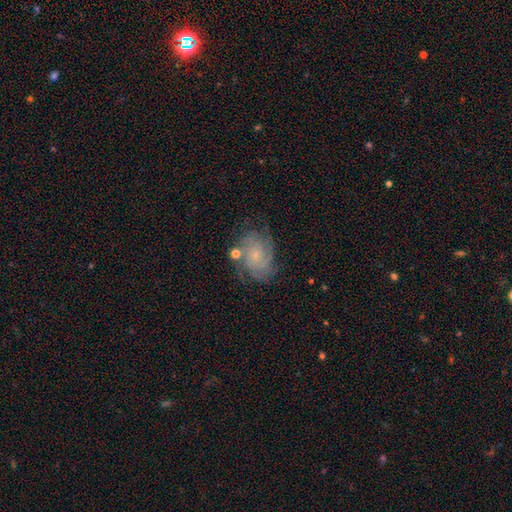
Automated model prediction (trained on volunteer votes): Smooth or featured? featured or disk (74%)
Edge-on disk? no (97%)
Bar? no (78%)
Spiral arms? yes (93%)
Spiral winding? tight (61%)
Spiral arm count? can't tell (33%)
Bulge size? small (78%)
Merging? none (65%)